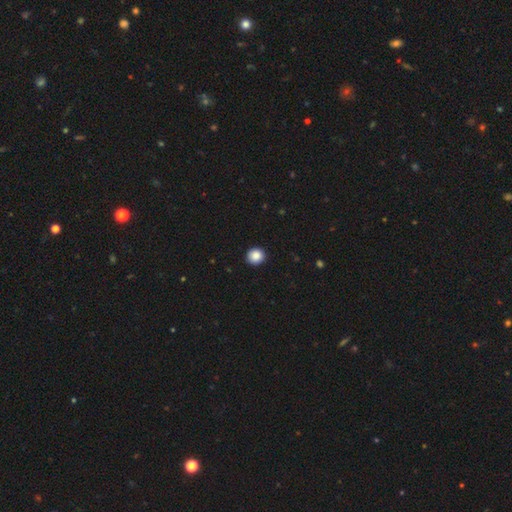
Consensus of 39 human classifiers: smooth-or-featured: smooth: 100% | featured or disk: 0% | star or artifact: 0%
  how-rounded: round: 90% | in between: 10% | cigar-shaped: 0%
  merging: none: 87% | minor disturbance: 8% | major disturbance: 5% | merger: 0%